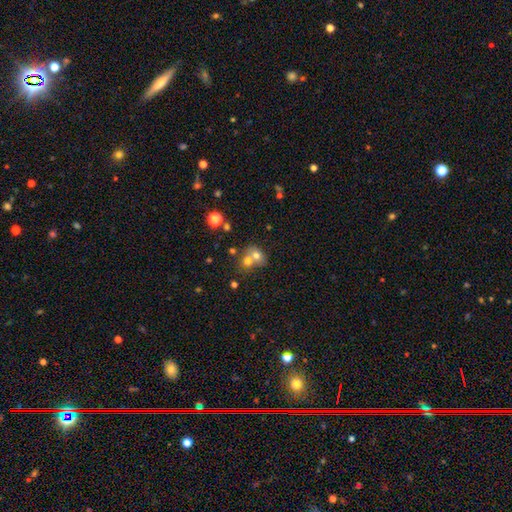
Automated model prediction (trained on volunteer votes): A smooth galaxy with no disk features (68%) that is round (59%). Merging: merger (60%).